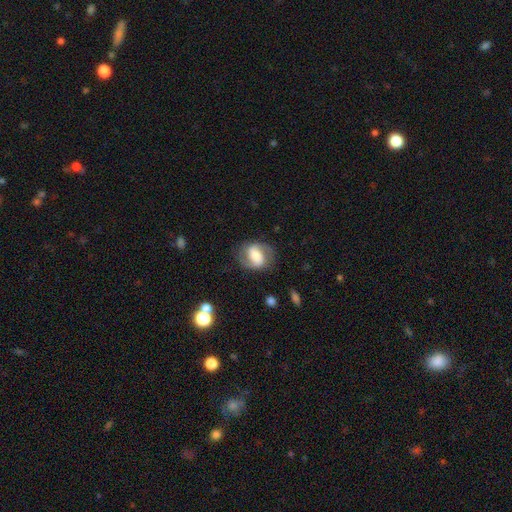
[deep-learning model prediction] This is likely a featured or disk galaxy (62%). It is clearly not viewed edge-on (96%). Bar: marginally weak (38%, tied with strong). Spiral arm pattern: clearly yes (85%). Spiral arm count: clearly 2 (87%). Spiral winding: possibly medium (46%). Central bulge: marginally moderate (41%). Merging: likely none (75%).